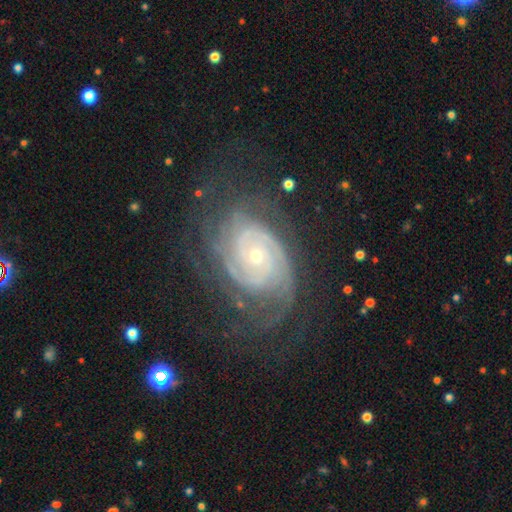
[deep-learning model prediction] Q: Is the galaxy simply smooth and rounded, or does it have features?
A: featured or disk — 90%.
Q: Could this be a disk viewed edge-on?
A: no — 97%.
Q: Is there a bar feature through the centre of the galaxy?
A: no — 76%.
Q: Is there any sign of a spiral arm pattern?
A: yes — 98%.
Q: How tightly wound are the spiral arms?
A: tight — 75%.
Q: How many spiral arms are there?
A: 2 — 34%.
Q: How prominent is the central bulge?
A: small — 66%.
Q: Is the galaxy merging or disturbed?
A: none — 67%.